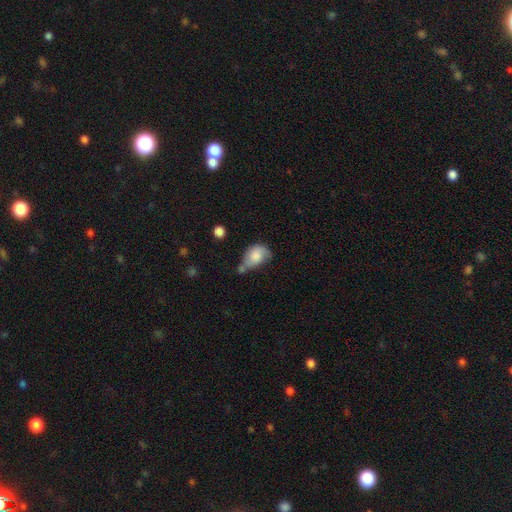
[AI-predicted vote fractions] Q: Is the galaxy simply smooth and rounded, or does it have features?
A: smooth — 75%.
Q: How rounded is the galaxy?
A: in between — 76%.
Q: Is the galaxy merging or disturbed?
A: minor disturbance — 33%.